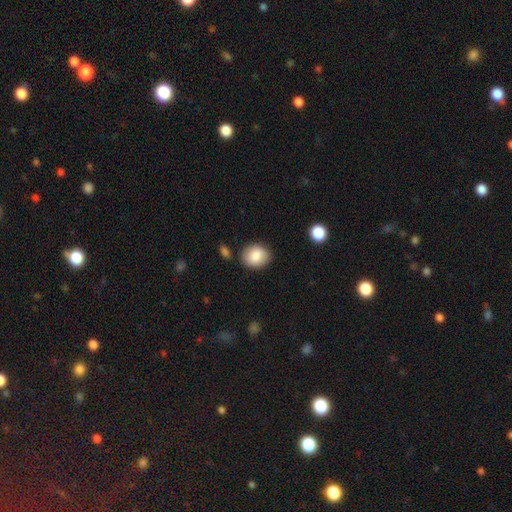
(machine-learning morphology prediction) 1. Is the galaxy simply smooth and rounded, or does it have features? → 87% smooth, 7% star or artifact, 6% featured or disk.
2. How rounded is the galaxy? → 53% round, 46% in between, 1% cigar-shaped.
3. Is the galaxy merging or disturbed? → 84% none, 11% minor disturbance, 3% merger, 3% major disturbance.